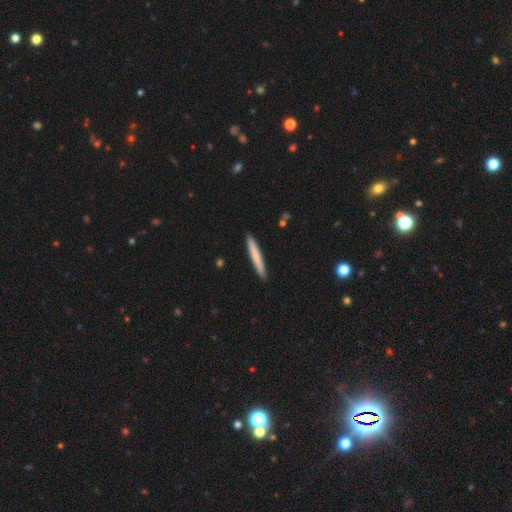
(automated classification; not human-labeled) This is likely a smooth galaxy (70%). How rounded: clearly cigar-shaped (96%). Merging: clearly none (92%).